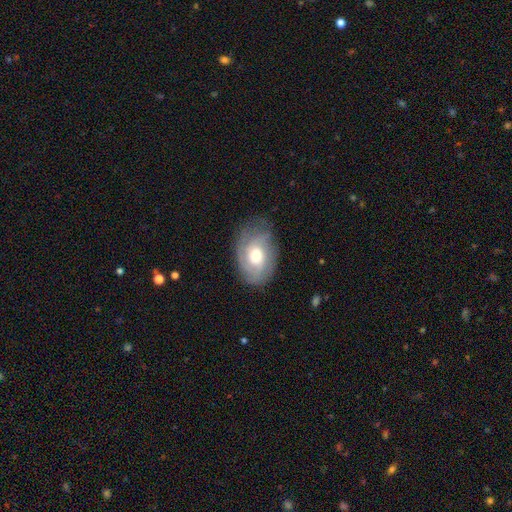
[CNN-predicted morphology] Smooth or featured? Predicted: featured or disk (p=0.68). Edge-on disk? Predicted: no (p=0.96). Bar? Predicted: no (p=0.69). Spiral arms? Predicted: yes (p=0.86). Spiral winding? Predicted: tight (p=0.60). Spiral arm count? Predicted: can't tell (p=0.42). Bulge size? Predicted: moderate (p=0.69). Merging? Predicted: none (p=0.70).